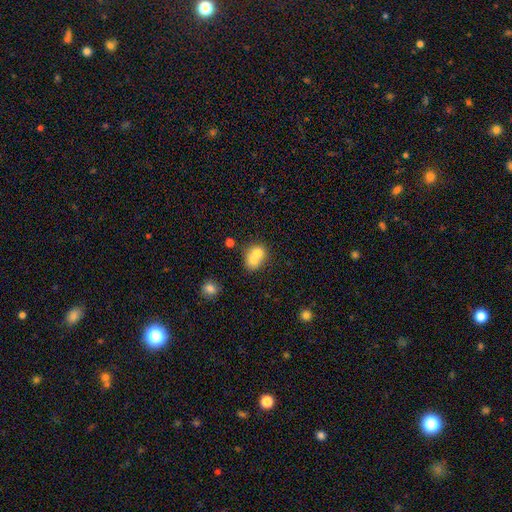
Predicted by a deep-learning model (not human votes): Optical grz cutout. It shows a smooth galaxy with no disk features (71%) that is round (60%). Merging: merger (68%).